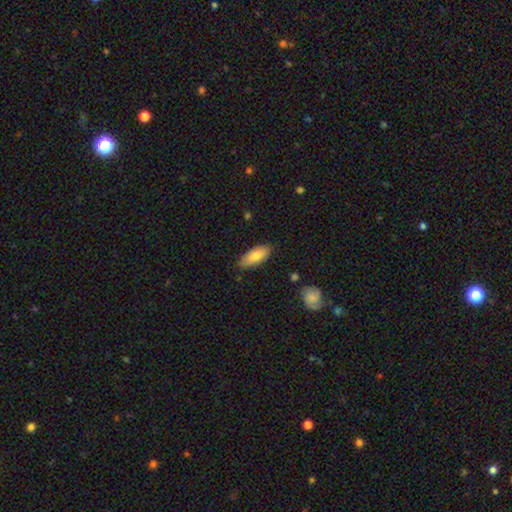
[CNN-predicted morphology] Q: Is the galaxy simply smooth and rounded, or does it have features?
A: smooth — 78%.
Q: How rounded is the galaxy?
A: in between — 84%.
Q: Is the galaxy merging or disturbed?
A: none — 80%.